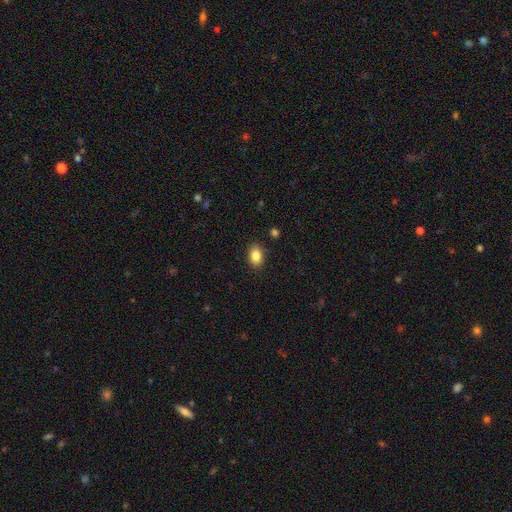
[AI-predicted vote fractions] Smooth or featured? Predicted: smooth (p=0.86). How rounded? Predicted: in between (p=0.79). Merging? Predicted: none (p=0.88).